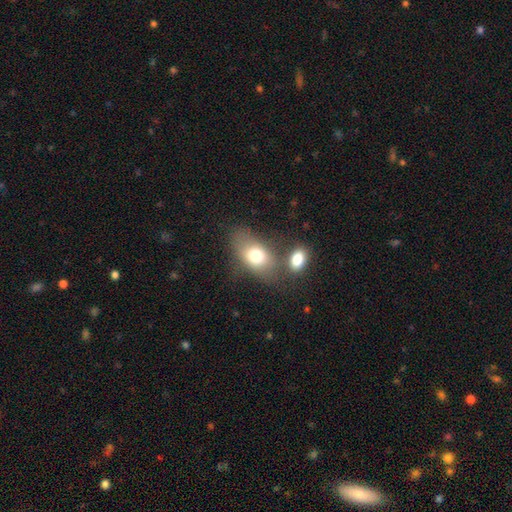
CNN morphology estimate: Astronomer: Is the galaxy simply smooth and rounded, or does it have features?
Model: smooth — 74%.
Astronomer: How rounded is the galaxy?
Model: in between — 85%.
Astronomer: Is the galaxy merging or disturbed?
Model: none — 50% (runner-up: merger, 26%).